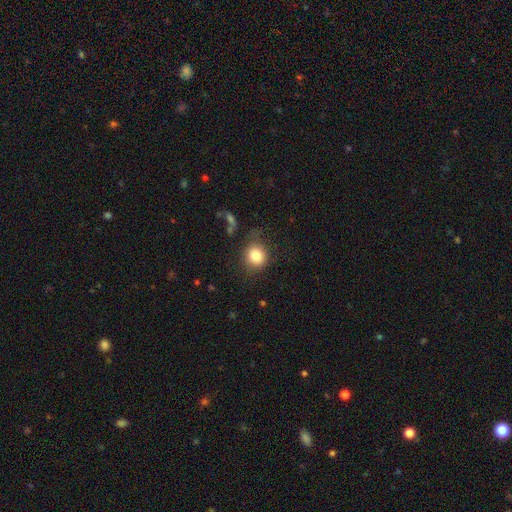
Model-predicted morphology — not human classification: Q: Smooth or featured?
A: smooth (81%); runner-up: star or artifact (11%)
Q: How rounded?
A: round (79%); runner-up: in between (20%)
Q: Merging?
A: none (74%); runner-up: minor disturbance (16%)